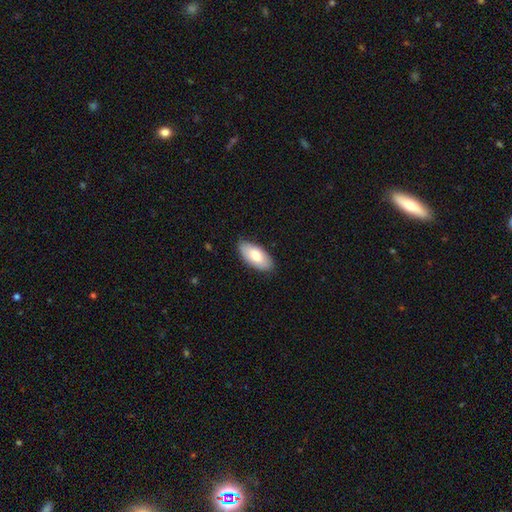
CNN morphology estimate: Smooth or featured? Predicted: smooth (p=0.76). How rounded? Predicted: in between (p=0.93). Merging? Predicted: none (p=0.84).